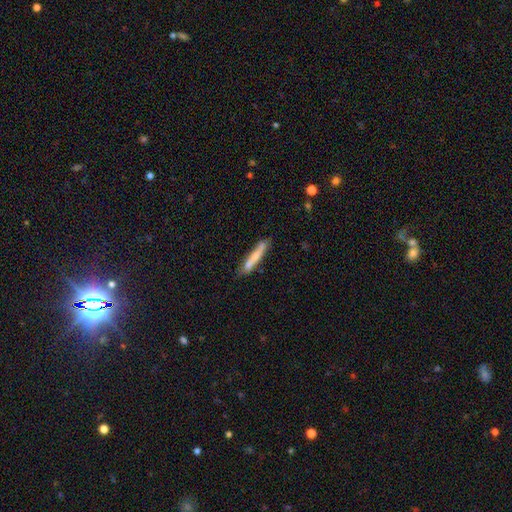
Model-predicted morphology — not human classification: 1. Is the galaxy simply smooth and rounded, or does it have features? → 67% smooth, 27% featured or disk, 6% star or artifact.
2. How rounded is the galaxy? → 92% cigar-shaped, 6% in between, 1% round.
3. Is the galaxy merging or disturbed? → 71% none, 19% minor disturbance, 6% merger, 4% major disturbance.